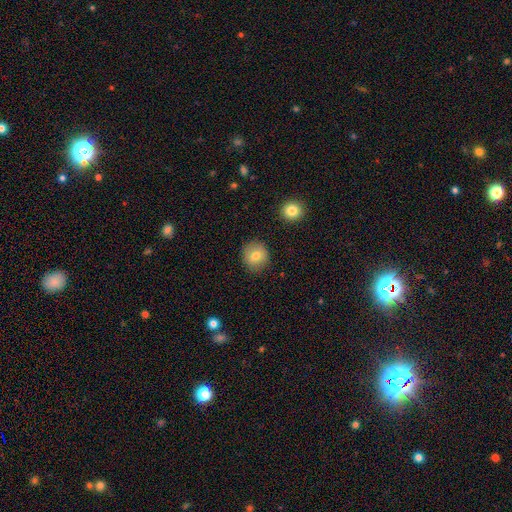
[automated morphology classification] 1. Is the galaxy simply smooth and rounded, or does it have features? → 78% smooth, 13% featured or disk, 9% star or artifact.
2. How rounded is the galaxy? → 87% round, 12% in between, 1% cigar-shaped.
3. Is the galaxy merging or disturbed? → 87% none, 9% minor disturbance, 3% major disturbance, 2% merger.